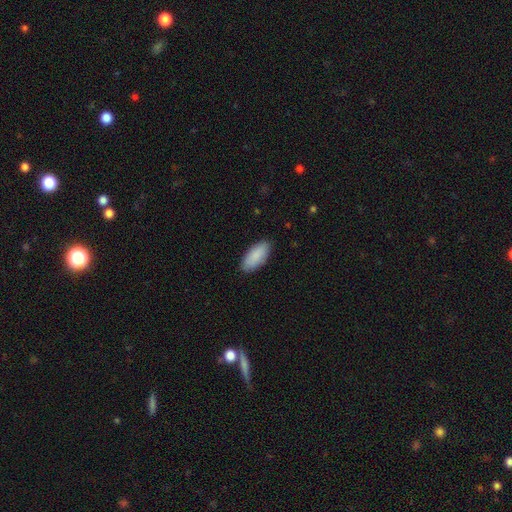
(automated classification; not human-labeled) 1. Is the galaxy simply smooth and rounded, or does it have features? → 89% smooth, 5% star or artifact, 5% featured or disk.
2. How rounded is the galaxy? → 88% in between, 10% cigar-shaped, 2% round.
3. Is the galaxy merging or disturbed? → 86% none, 11% minor disturbance, 2% major disturbance, 1% merger.